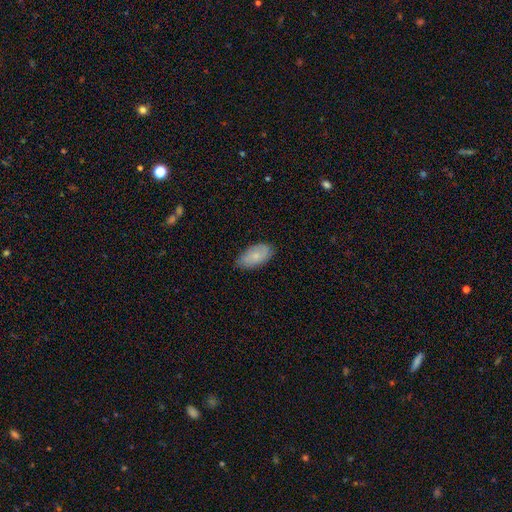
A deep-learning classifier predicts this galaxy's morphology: Smooth or featured?
  - smooth: 72% *
  - featured or disk: 22%
  - star or artifact: 6%
How rounded?
  - in between: 94% *
  - round: 4%
  - cigar-shaped: 3%
Merging?
  - none: 74% *
  - minor disturbance: 22%
  - major disturbance: 3%
  - merger: 1%